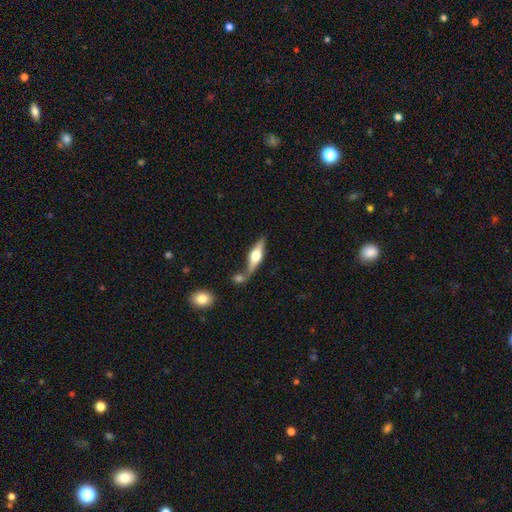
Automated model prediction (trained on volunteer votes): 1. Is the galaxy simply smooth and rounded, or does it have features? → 59% featured or disk, 35% smooth, 6% star or artifact.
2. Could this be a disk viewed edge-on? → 93% yes, 7% no.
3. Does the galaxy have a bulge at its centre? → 93% rounded, 5% boxy, 2% none.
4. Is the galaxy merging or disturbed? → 60% none, 22% merger, 13% minor disturbance, 5% major disturbance.